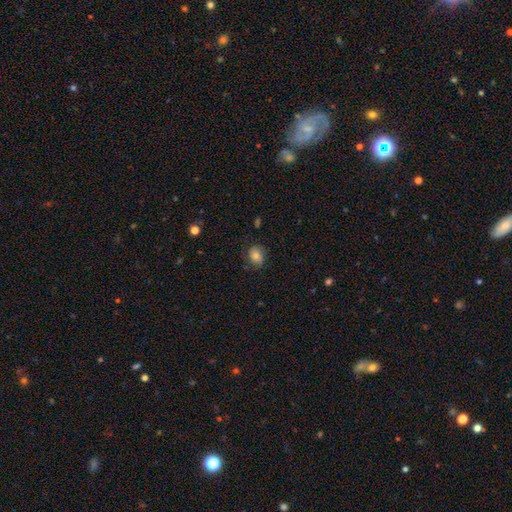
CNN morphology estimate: The model was most divided on "how rounded": in between: 55%, round: 44%, cigar-shaped: 1%. More confident: smooth or featured — smooth (74%); merging — none (73%).